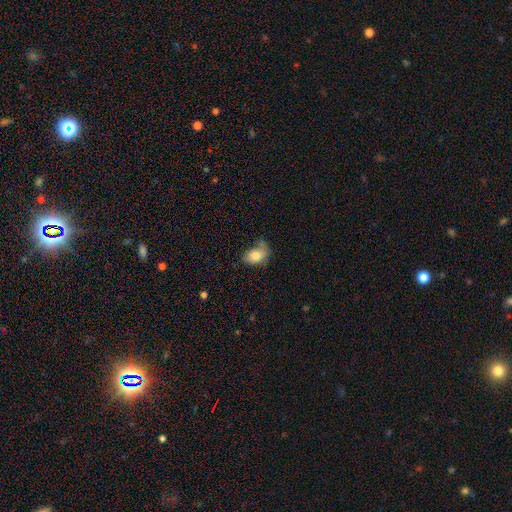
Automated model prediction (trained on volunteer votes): This appears to be a smooth galaxy with no disk features (77%) that is in between round and cigar-shaped (80%). Merging: none (39%).